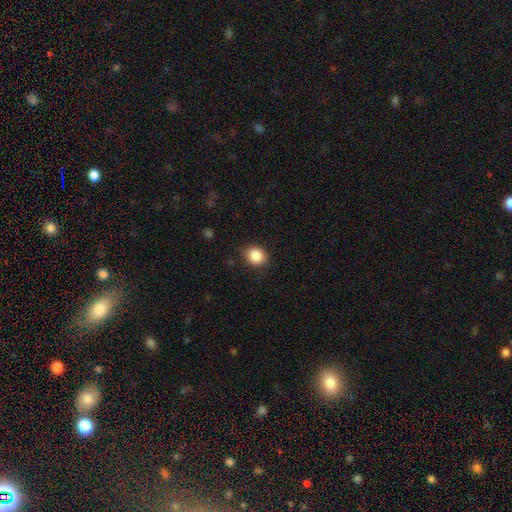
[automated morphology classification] A smooth galaxy with no disk features (87%) that is round (74%). Merging: none (85%).